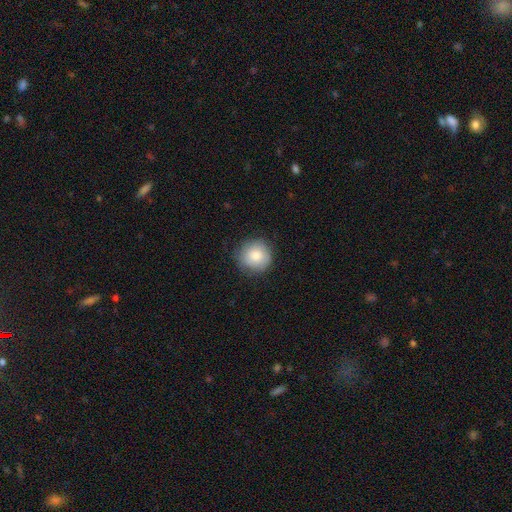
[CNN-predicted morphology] The model was most divided on "merging": none: 83%, minor disturbance: 13%, major disturbance: 3%, merger: 1%. More confident: how rounded — round (93%); smooth or featured — smooth (83%).